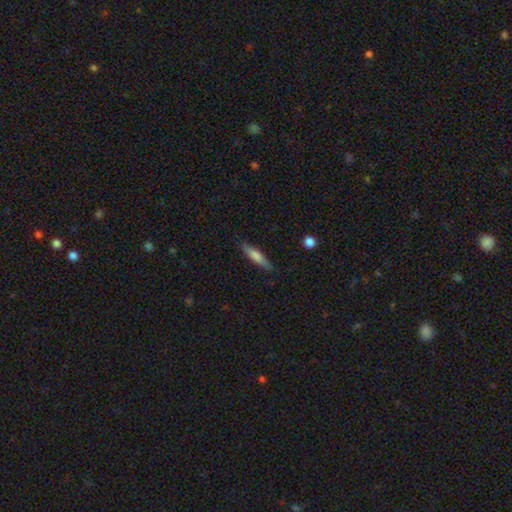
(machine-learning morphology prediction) The model was most divided on "smooth or featured": smooth: 63%, featured or disk: 31%, star or artifact: 6%. More confident: merging — none (85%); how rounded — cigar-shaped (82%).